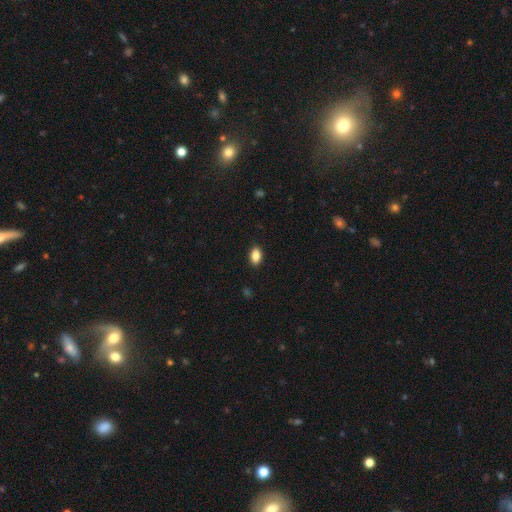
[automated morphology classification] A smooth galaxy with no disk features (87%) that is in between round and cigar-shaped (89%). Merging: none (89%).